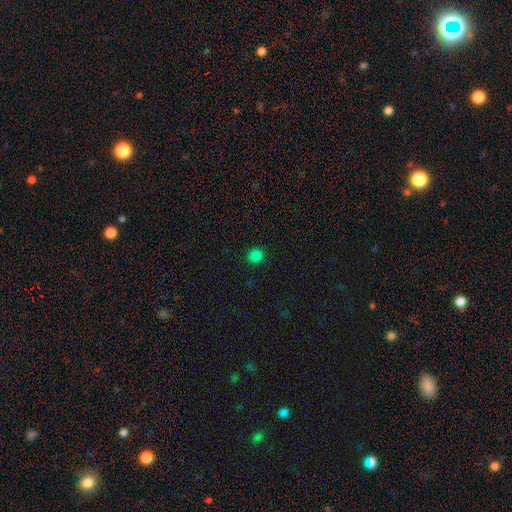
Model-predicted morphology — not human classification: type=smooth (83%); roundness=round (92%); merging=none (93%).